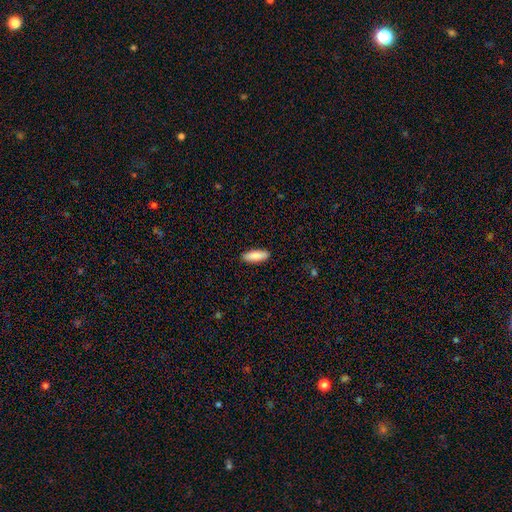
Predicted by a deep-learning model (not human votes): This is clearly a smooth galaxy (88%). How rounded: likely in between (62%). Merging: clearly none (90%).